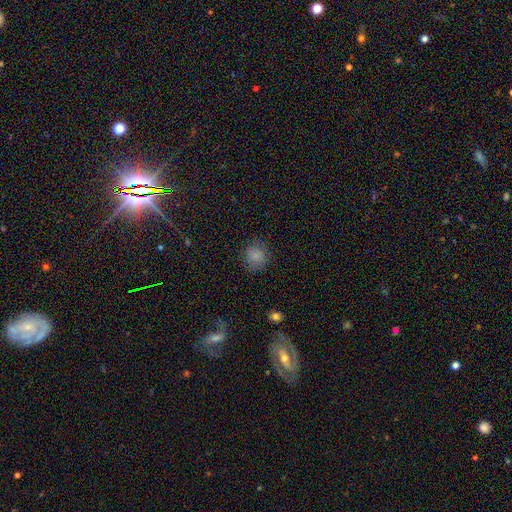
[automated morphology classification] type=smooth (80%); roundness=round (75%); merging=none (80%).